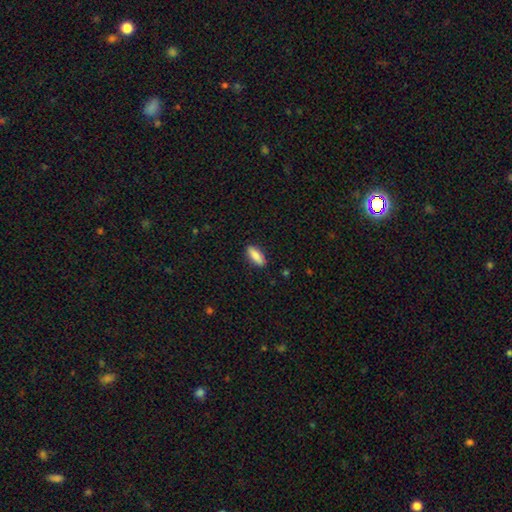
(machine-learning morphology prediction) Overall: smooth (85%). How rounded: in between (72%). Merging: none (87%).